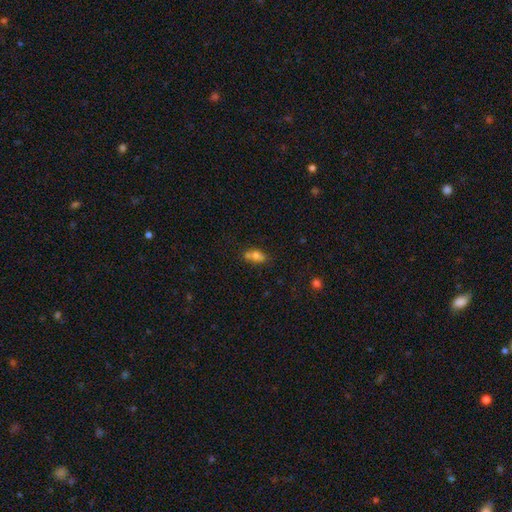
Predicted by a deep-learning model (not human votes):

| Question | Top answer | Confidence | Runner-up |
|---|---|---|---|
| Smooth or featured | smooth | 70% | featured or disk (17%) |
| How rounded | in between | 71% | round (24%) |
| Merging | none | 41% | merger (40%) |